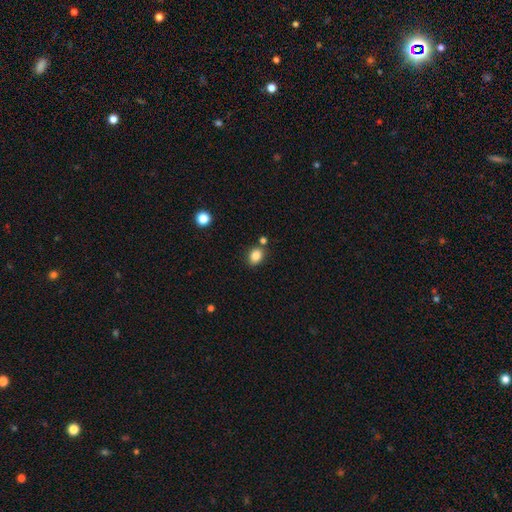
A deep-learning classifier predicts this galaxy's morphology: Overall: smooth (84%). How rounded: in between (59%; round 40%). Merging: none (77%).